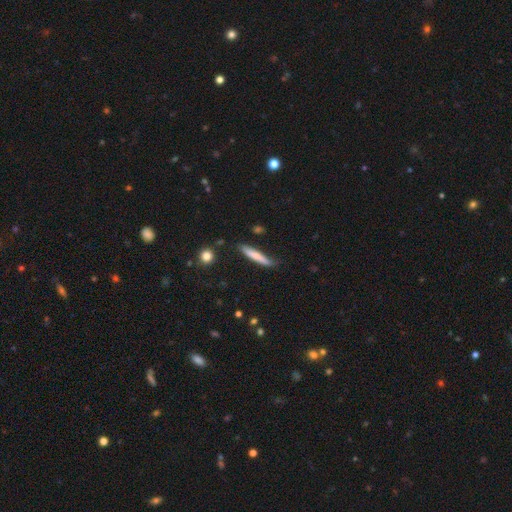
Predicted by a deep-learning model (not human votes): Smooth or featured: smooth — 71% (featured or disk — 23%)
How rounded: cigar-shaped — 92% (in between — 6%)
Merging: none — 75% (minor disturbance — 19%)